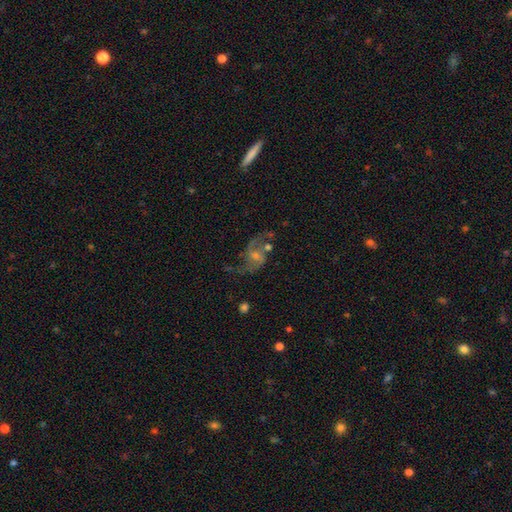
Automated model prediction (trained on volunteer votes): Overall: featured or disk (78%). Edge-on disk: no (96%). Bar: no (52%; weak 39%). Spiral arms: yes (89%). Spiral arm count: 2 (84%). Spiral winding: loose (62%; medium 31%). Bulge size: small (54%; moderate 32%). Merging: none (56%; major disturbance 20%).